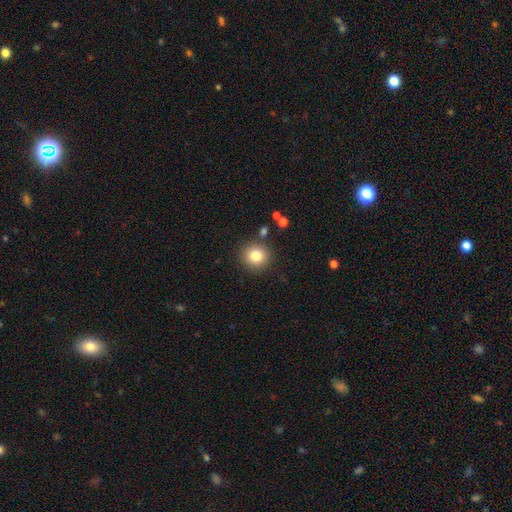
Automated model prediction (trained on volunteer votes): Morphology: type=smooth (81%); roundness=round (92%); merging=none (87%).